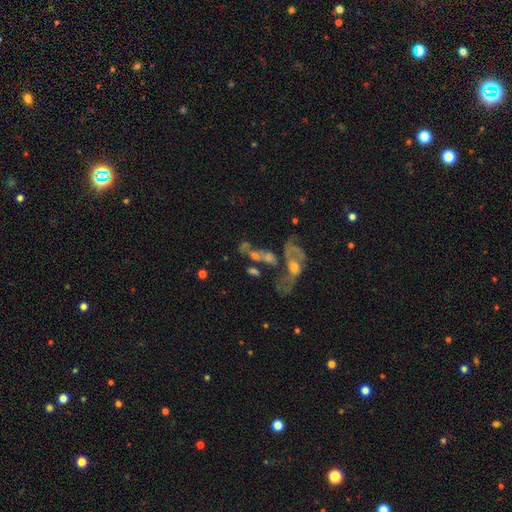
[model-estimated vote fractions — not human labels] smooth_or_featured: featured or disk (p=0.52) [alt: smooth p=0.29]
disk_edge_on: no (p=0.87) [alt: yes p=0.13]
merging: merger (p=0.54) [alt: none p=0.18]